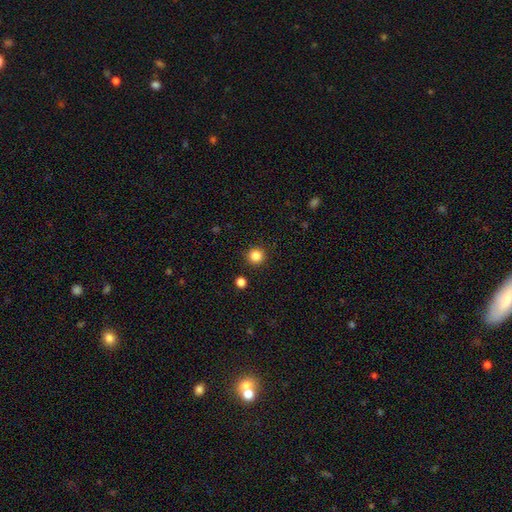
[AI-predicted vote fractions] A smooth galaxy with no disk features (84%) that is round (95%).

Vote fractions:
- Smooth or featured? smooth: 84% / star or artifact: 12% / featured or disk: 4%
- How rounded? round: 95% / in between: 4% / cigar-shaped: 1%
- Merging? none: 92% / minor disturbance: 5% / major disturbance: 2% / merger: 2%